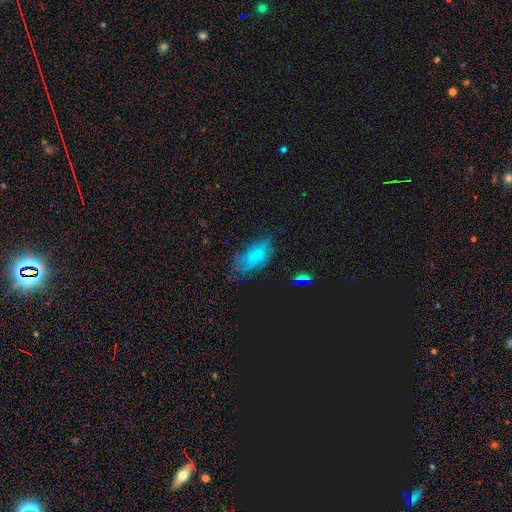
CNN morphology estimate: Smooth or featured? smooth (51%)
How rounded? in between (90%)
Merging? none (58%)